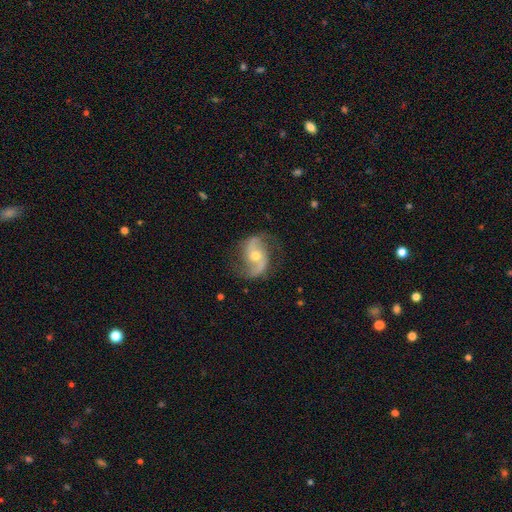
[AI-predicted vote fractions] This appears to be a featured or disk galaxy (86%) with no bar (52%), 2 (92%) loose (49%) spiral arms (96%) and a moderate central bulge (60%). Merging: none (75%).